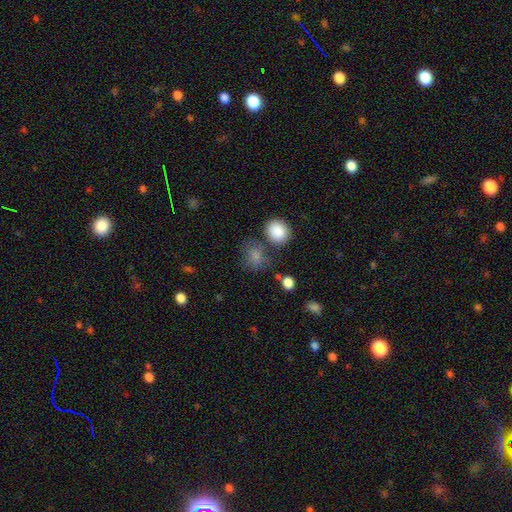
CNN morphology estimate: smooth 81%, star or artifact 12%, featured or disk 7%. Down the decision tree: how rounded — round (59%); merging — none (58%).